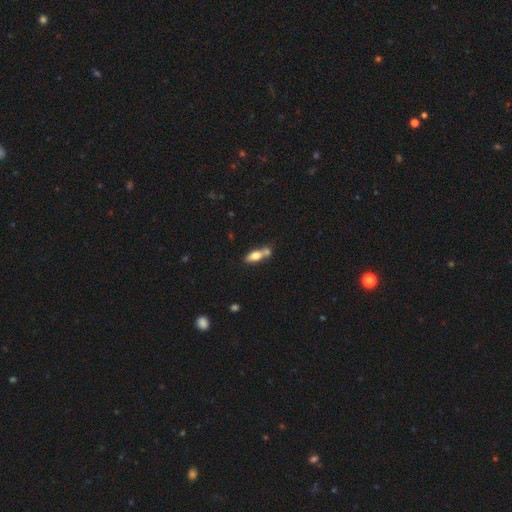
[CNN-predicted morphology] Smooth or featured? Predicted: smooth (p=0.69). How rounded? Predicted: in between (p=0.72). Merging? Predicted: merger (p=0.42).